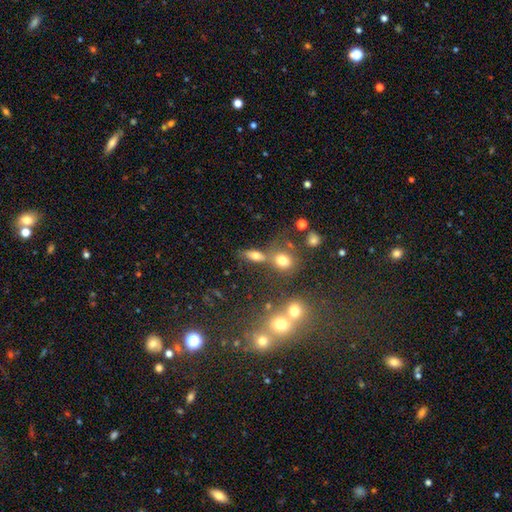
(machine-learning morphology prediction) This is likely a smooth galaxy (69%). How rounded: likely in between (67%). Merging: possibly none (59%).